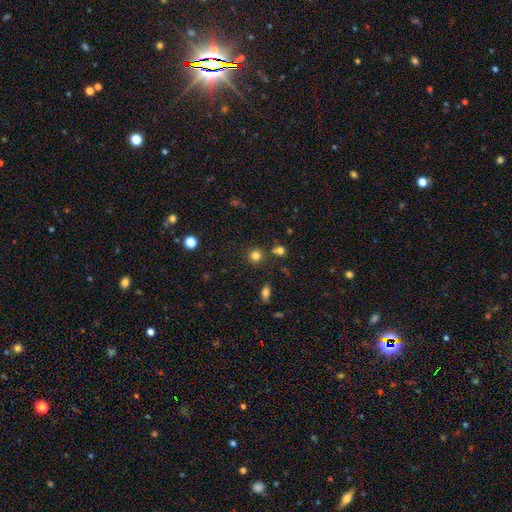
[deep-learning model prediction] This is clearly a smooth galaxy (80%). How rounded: clearly round (90%). Merging: clearly none (81%).